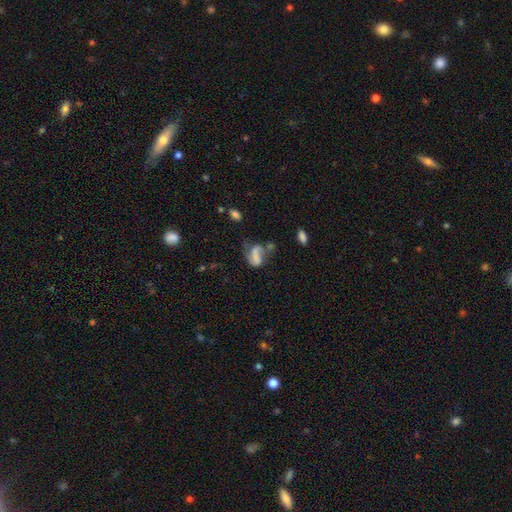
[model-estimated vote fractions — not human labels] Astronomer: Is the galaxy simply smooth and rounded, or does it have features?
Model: smooth — 45% (runner-up: featured or disk, 43%).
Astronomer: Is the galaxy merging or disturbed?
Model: major disturbance — 34% (runner-up: none, 27%).